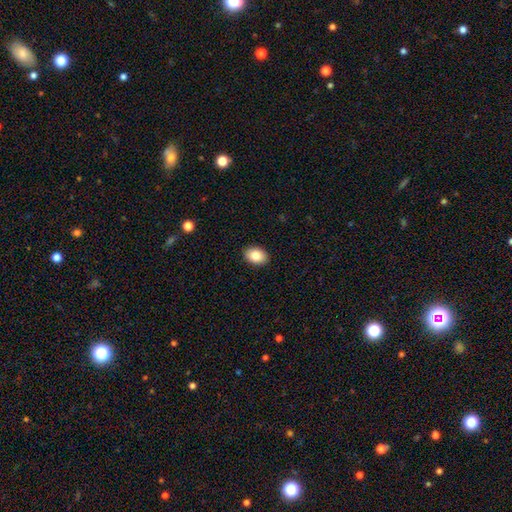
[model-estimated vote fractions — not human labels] A smooth galaxy with no disk features (84%) that is in between round and cigar-shaped (80%). Merging: none (91%).